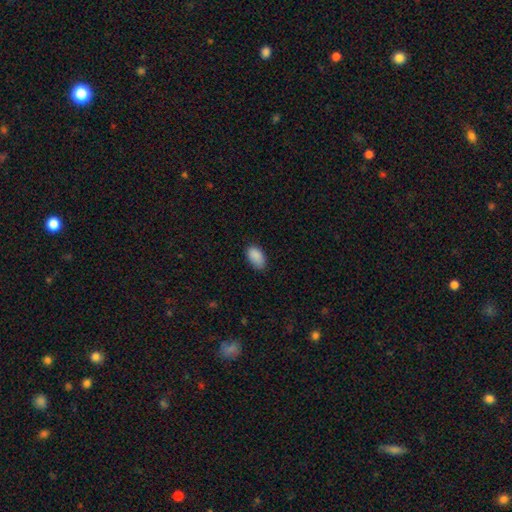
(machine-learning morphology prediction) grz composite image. It shows a smooth galaxy with no disk features (89%) that is in between round and cigar-shaped (94%). Merging: none (77%).